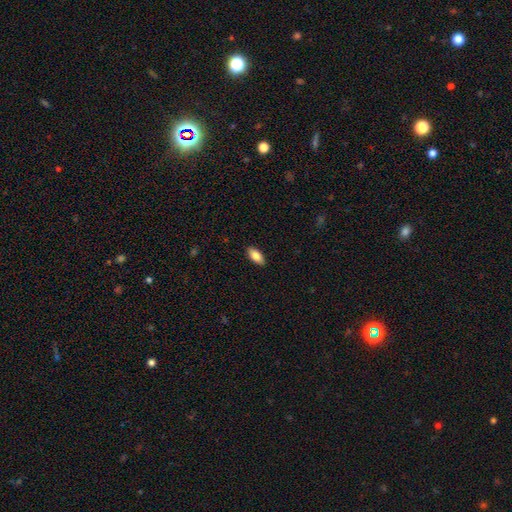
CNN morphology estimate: Smooth or featured?
  - smooth: 84% *
  - featured or disk: 9%
  - star or artifact: 7%
How rounded?
  - in between: 89% *
  - cigar-shaped: 9%
  - round: 2%
Merging?
  - none: 89% *
  - minor disturbance: 8%
  - major disturbance: 2%
  - merger: 1%